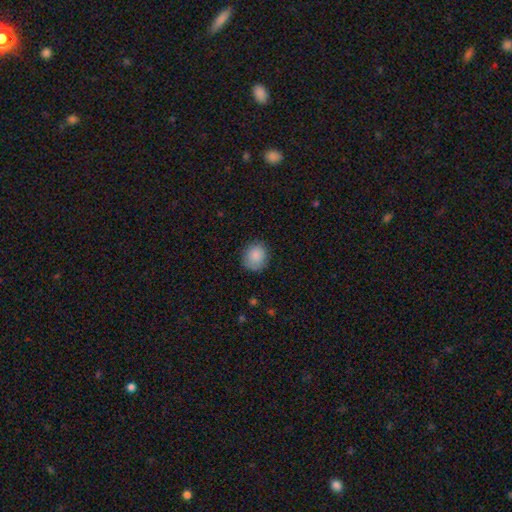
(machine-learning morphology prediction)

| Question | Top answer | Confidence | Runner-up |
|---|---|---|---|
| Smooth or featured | smooth | 87% | star or artifact (8%) |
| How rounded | round | 81% | in between (18%) |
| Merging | none | 82% | minor disturbance (13%) |